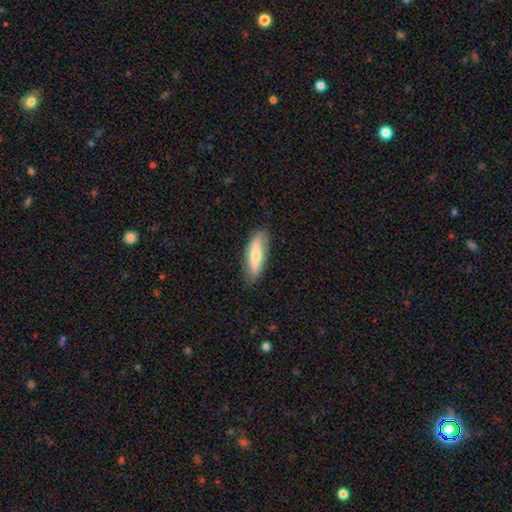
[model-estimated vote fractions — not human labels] Q: Smooth or featured?
A: smooth (60%); runner-up: featured or disk (34%)
Q: How rounded?
A: in between (53%); runner-up: cigar-shaped (44%)
Q: Merging?
A: none (81%); runner-up: minor disturbance (14%)